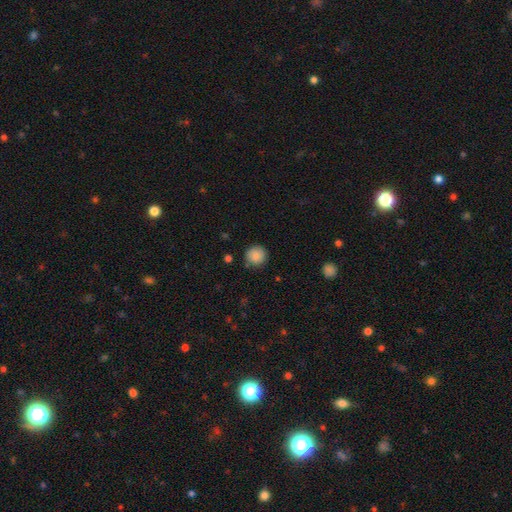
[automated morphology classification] A smooth galaxy with no disk features (87%) that is round (93%). Merging: none (86%).